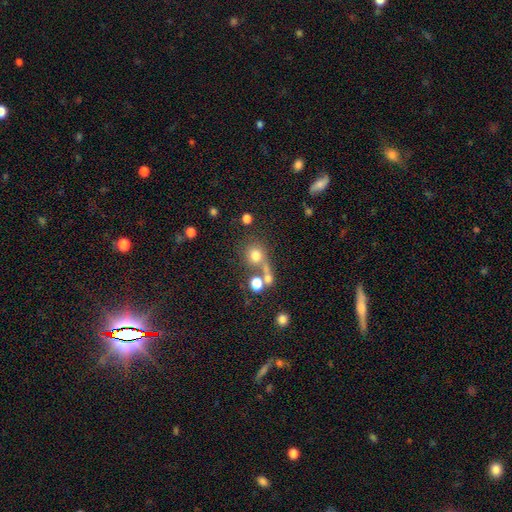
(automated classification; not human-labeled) Smooth or featured: smooth — 72% (star or artifact — 16%)
How rounded: round — 85% (in between — 14%)
Merging: none — 51% (merger — 28%)